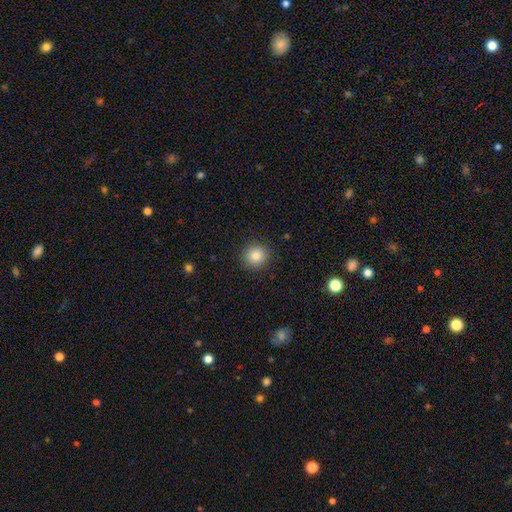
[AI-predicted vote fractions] This is clearly a smooth galaxy (83%). How rounded: clearly round (92%). Merging: clearly none (91%).